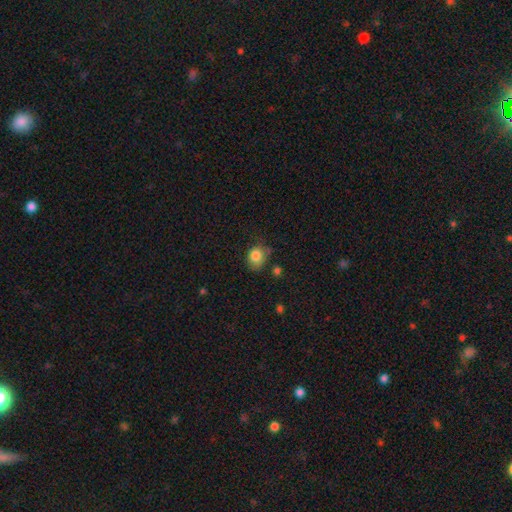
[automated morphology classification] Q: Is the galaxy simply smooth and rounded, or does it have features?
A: smooth — 82%.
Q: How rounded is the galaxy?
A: round — 60%.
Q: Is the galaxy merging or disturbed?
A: none — 55%.